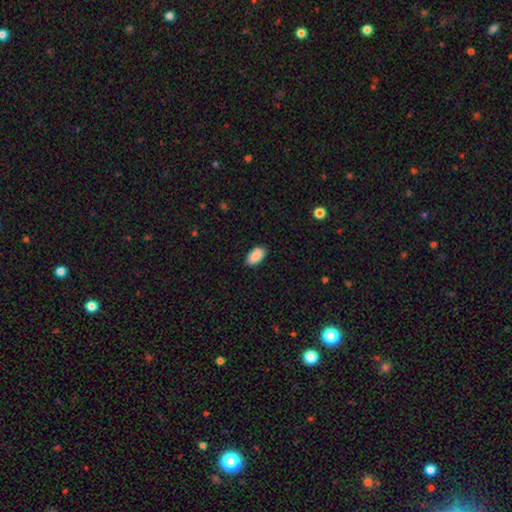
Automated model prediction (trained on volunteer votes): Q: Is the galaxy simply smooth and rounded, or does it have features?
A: smooth — 89%.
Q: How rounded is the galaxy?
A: in between — 95%.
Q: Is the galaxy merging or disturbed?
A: none — 87%.